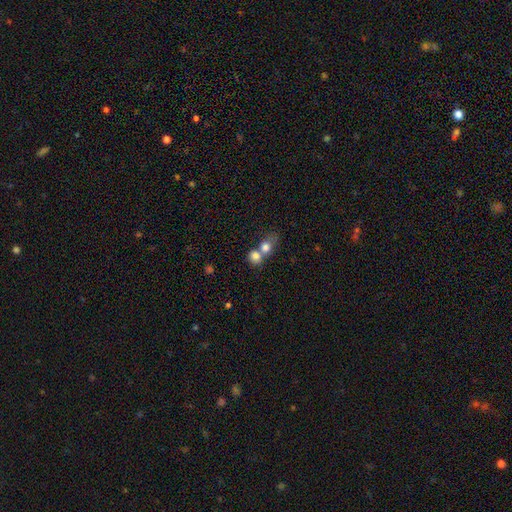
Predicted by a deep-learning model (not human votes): Smooth or featured?
  - smooth: 77% *
  - featured or disk: 12%
  - star or artifact: 10%
How rounded?
  - round: 72% *
  - in between: 27%
  - cigar-shaped: 1%
Merging?
  - merger: 63% *
  - none: 27%
  - minor disturbance: 6%
  - major disturbance: 4%